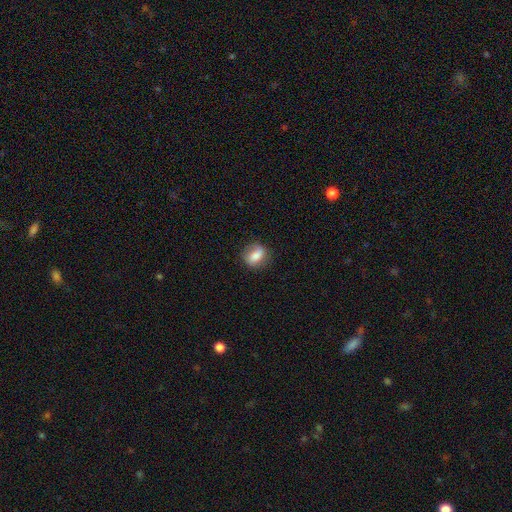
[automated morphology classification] type=smooth (72%); roundness=in between (54%); merging=none (75%).